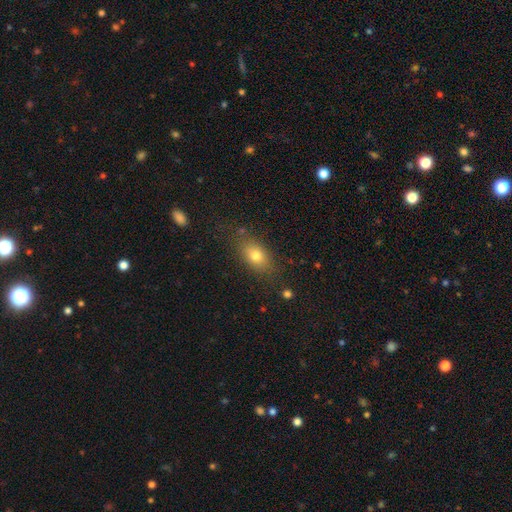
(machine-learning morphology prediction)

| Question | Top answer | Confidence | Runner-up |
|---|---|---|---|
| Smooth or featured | smooth | 76% | featured or disk (13%) |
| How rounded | in between | 81% | round (14%) |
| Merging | none | 77% | minor disturbance (15%) |